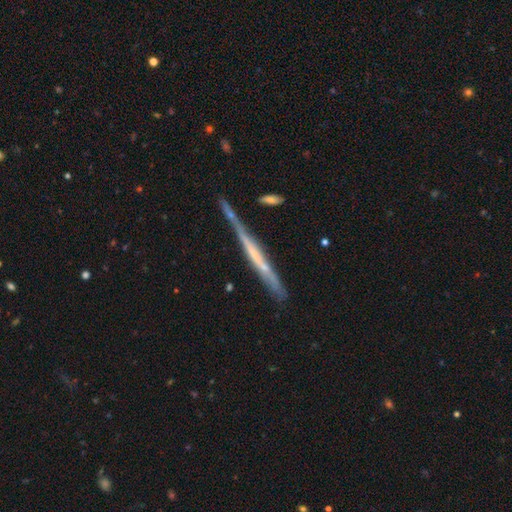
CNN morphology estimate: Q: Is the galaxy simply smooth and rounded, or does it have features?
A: featured or disk — 65%.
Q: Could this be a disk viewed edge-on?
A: yes — 94%.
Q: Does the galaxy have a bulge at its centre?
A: none — 75%.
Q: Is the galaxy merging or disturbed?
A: none — 62%.